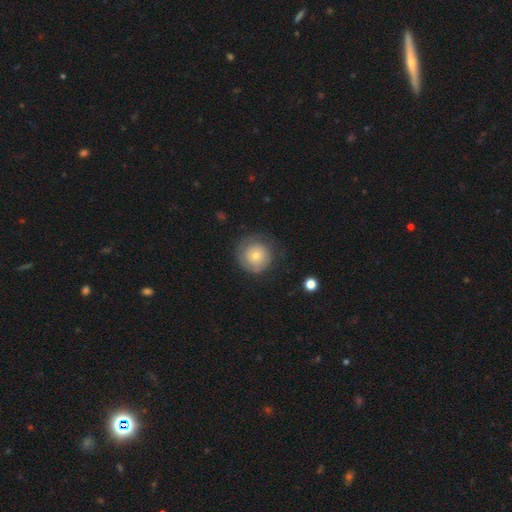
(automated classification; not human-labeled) The model was most divided on "smooth or featured": smooth: 57%, featured or disk: 36%, star or artifact: 7%. More confident: how rounded — round (93%); merging — none (70%).